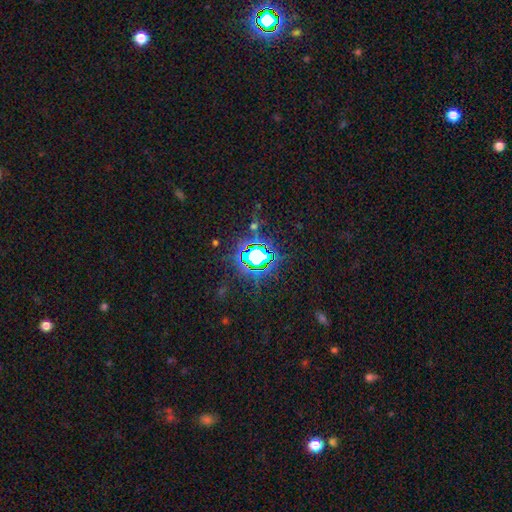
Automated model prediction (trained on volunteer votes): Smooth or featured? Predicted: star or artifact (p=0.73).